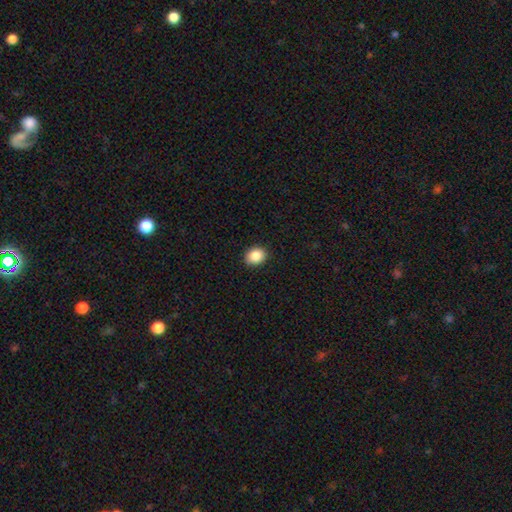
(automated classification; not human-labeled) Q: Smooth or featured?
A: smooth (87%); runner-up: star or artifact (9%)
Q: How rounded?
A: round (55%); runner-up: in between (44%)
Q: Merging?
A: none (90%); runner-up: minor disturbance (7%)